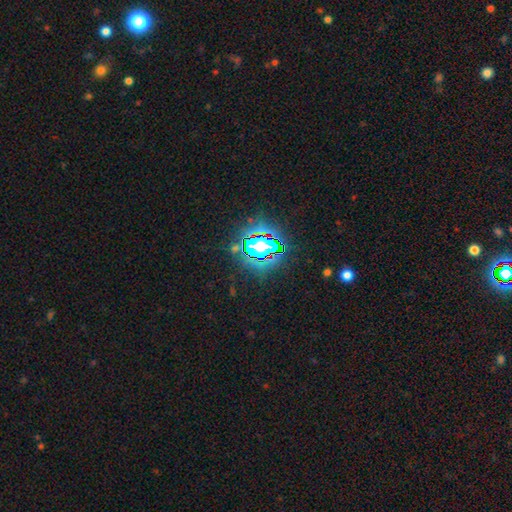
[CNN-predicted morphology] A star or artifact, not a galaxy (73%).